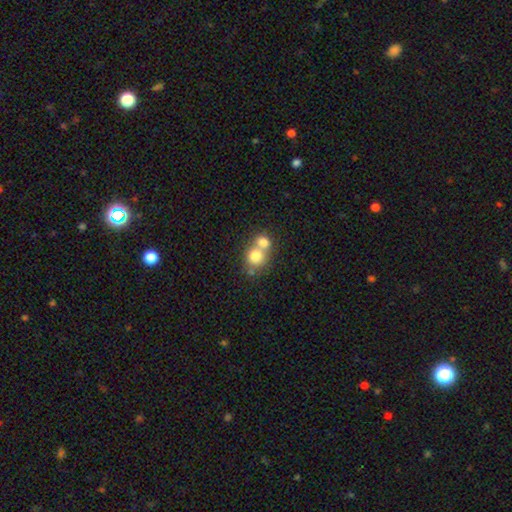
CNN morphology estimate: Overall: smooth (75%). How rounded: round (78%). Merging: merger (63%; none 29%).